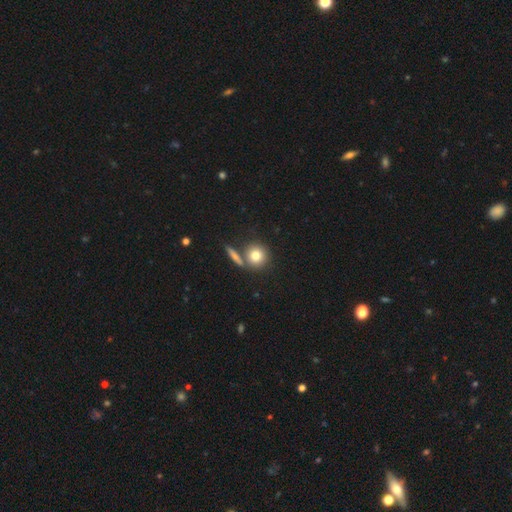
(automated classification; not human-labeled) Q: Smooth or featured?
A: smooth (78%); runner-up: featured or disk (13%)
Q: How rounded?
A: round (88%); runner-up: in between (10%)
Q: Merging?
A: none (66%); runner-up: merger (21%)